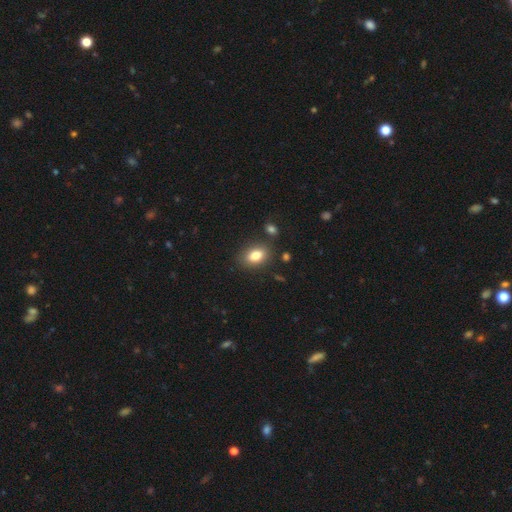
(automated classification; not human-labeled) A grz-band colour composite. It shows a smooth galaxy with no disk features (82%) that is in between round and cigar-shaped (82%). Merging: none (81%).